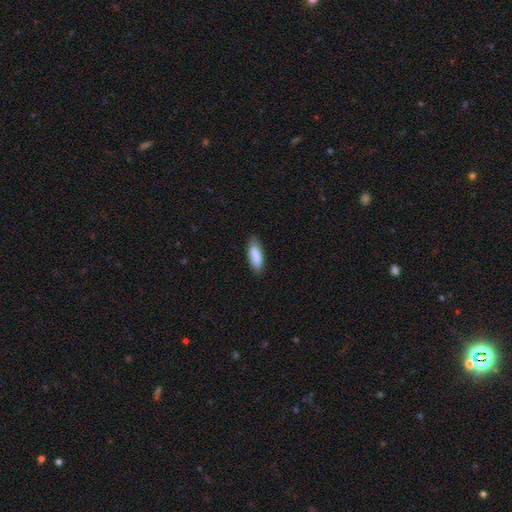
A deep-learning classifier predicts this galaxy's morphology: smooth 86%, featured or disk 8%, star or artifact 6%. Down the decision tree: how rounded — in between (59%); merging — none (79%).